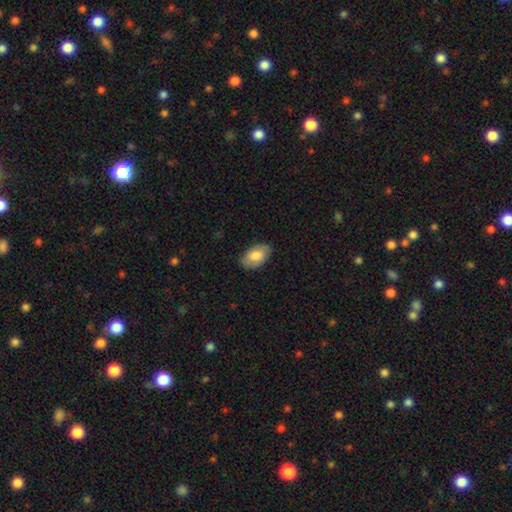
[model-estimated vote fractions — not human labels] smooth 75%, featured or disk 19%, star or artifact 6%. Down the decision tree: how rounded — in between (93%); merging — none (82%).